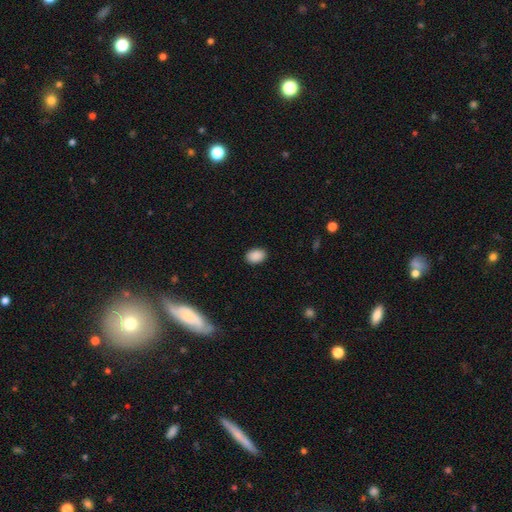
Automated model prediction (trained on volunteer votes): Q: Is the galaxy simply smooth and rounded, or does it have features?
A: smooth — 90%.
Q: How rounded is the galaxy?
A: in between — 82%.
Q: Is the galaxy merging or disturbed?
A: none — 89%.